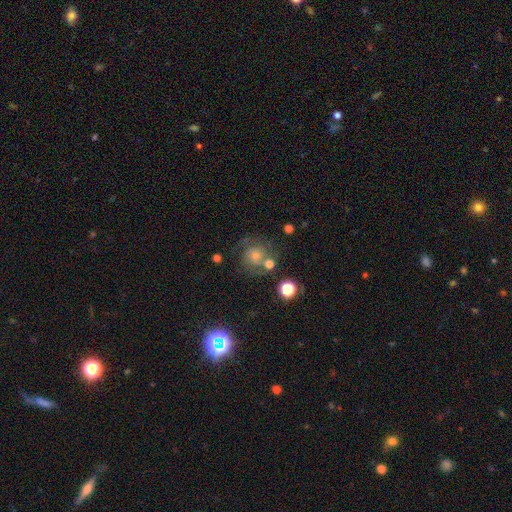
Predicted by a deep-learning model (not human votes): featured or disk 58%, smooth 24%, star or artifact 18%. Down the decision tree: edge-on disk — no (97%); bar — no (77%); spiral arms — yes (85%); bulge size — small (46%); merging — none (64%).